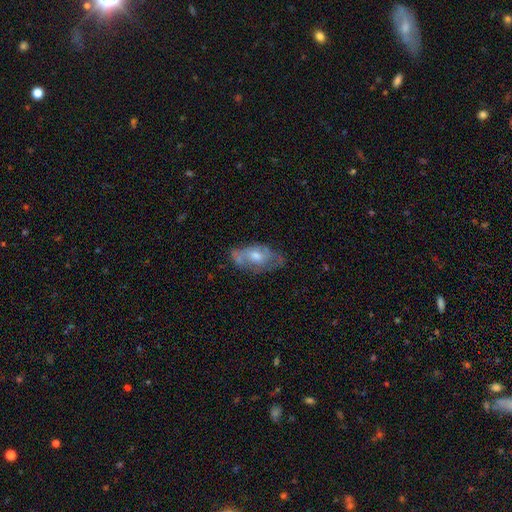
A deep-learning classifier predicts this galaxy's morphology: smooth-or-featured: featured or disk: 53% | smooth: 40% | star or artifact: 7%
  disk-edge-on: no: 90% | yes: 10%
  merging: none: 48% | minor disturbance: 31% | major disturbance: 14% | merger: 7%